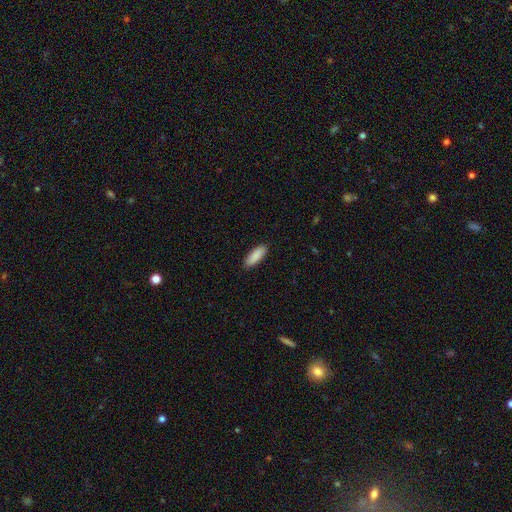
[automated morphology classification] Overall: smooth (90%). How rounded: in between (60%; cigar-shaped 39%). Merging: none (90%).